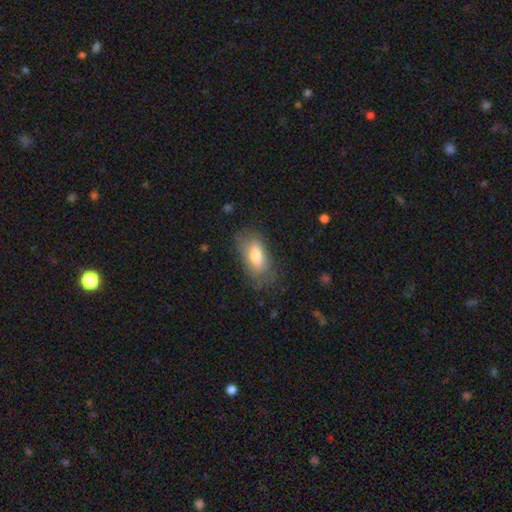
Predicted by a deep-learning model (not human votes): Smooth or featured?
  - smooth: 71% *
  - featured or disk: 21%
  - star or artifact: 7%
How rounded?
  - in between: 86% *
  - cigar-shaped: 10%
  - round: 4%
Merging?
  - none: 68% *
  - minor disturbance: 21%
  - major disturbance: 9%
  - merger: 1%